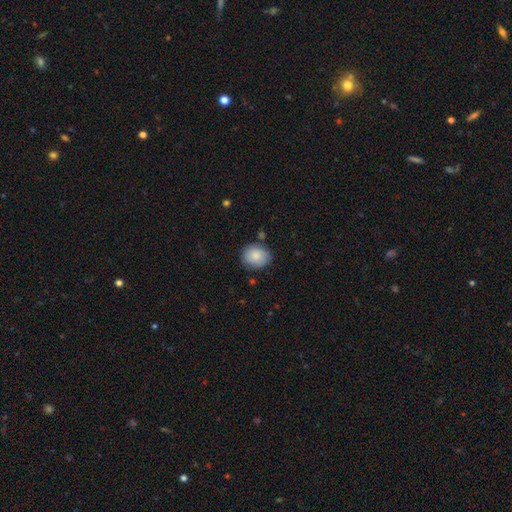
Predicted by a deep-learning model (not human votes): Smooth or featured? Predicted: smooth (p=0.85). How rounded? Predicted: round (p=0.61). Merging? Predicted: none (p=0.78).